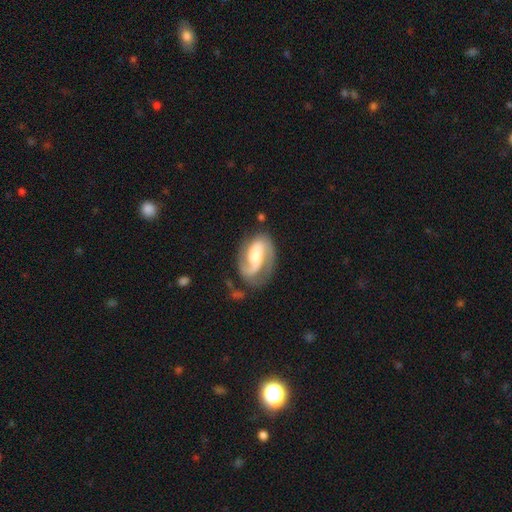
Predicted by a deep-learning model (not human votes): Smooth or featured? featured or disk (84%)
Edge-on disk? no (97%)
Bar? weak (38%)
Spiral arms? yes (96%)
Spiral winding? medium (49%)
Spiral arm count? 2 (82%)
Bulge size? moderate (40%)
Merging? none (65%)